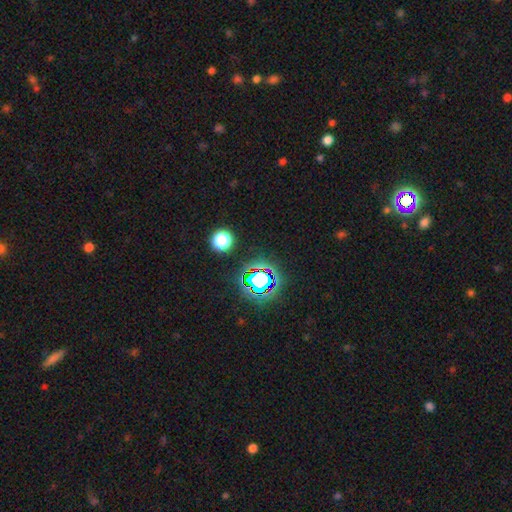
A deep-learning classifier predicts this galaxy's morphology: A star or artifact, not a galaxy (81%).